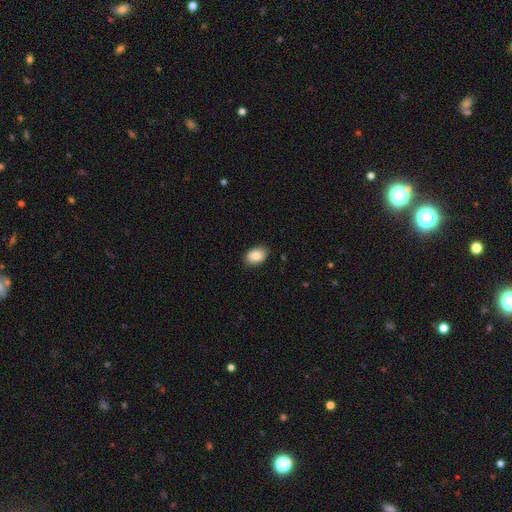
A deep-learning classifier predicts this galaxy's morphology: Overall: smooth (87%). How rounded: in between (84%). Merging: none (87%).